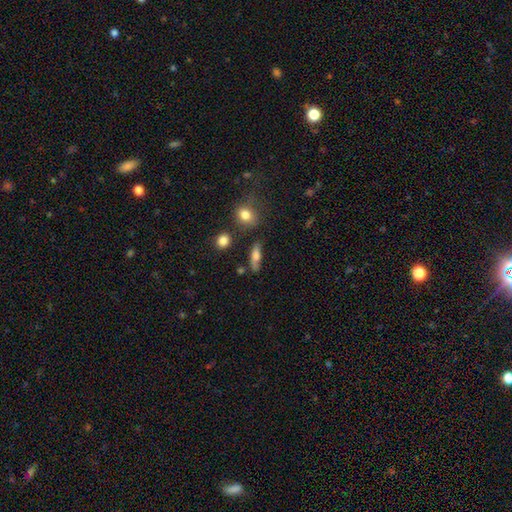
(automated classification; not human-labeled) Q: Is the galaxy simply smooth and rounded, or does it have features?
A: smooth — 69%.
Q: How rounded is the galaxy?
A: cigar-shaped — 51%.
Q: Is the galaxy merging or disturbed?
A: none — 71%.